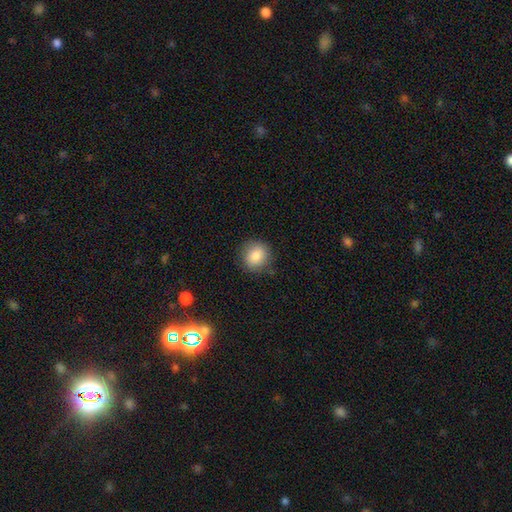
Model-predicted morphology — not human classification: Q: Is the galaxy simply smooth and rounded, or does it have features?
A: smooth — 85%.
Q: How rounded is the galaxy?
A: round — 85%.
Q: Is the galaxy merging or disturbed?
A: none — 84%.